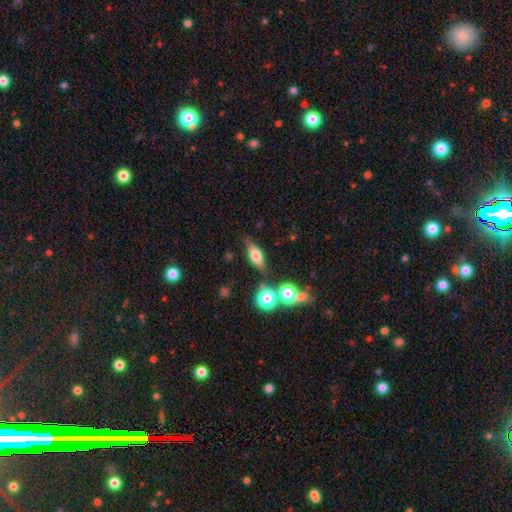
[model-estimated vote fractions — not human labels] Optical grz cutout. It shows a smooth galaxy with no disk features (53%) that is in between round and cigar-shaped (62%). Merging: none (71%).